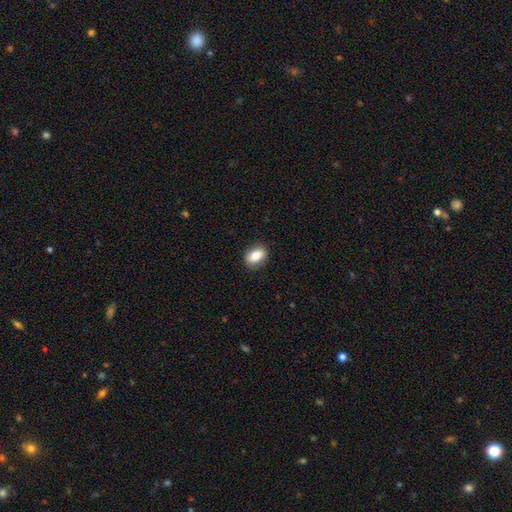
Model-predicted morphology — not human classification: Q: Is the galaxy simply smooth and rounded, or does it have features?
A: smooth — 80%.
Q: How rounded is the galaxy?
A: in between — 79%.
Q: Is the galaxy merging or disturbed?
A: none — 87%.